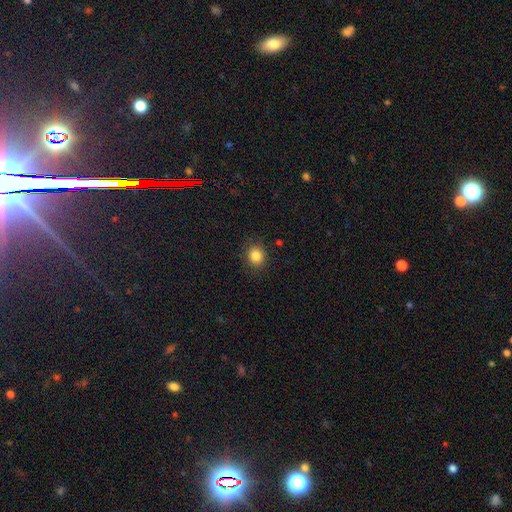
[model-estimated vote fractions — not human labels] smooth-or-featured: smooth: 84% | star or artifact: 11% | featured or disk: 5%
  how-rounded: round: 81% | in between: 18% | cigar-shaped: 1%
  merging: none: 89% | minor disturbance: 8% | major disturbance: 2% | merger: 1%